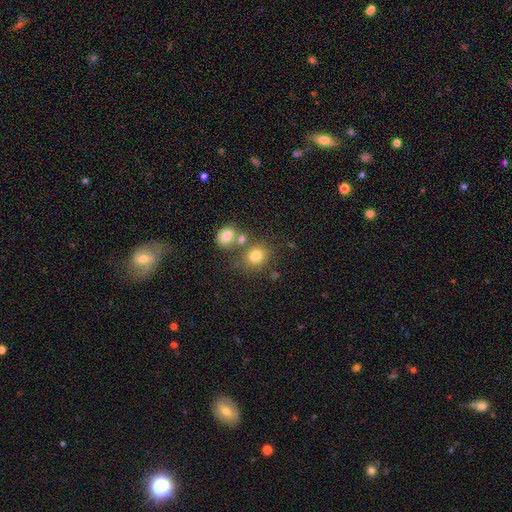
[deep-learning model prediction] smooth-or-featured: smooth: 77% | star or artifact: 14% | featured or disk: 10%
  how-rounded: round: 77% | in between: 22% | cigar-shaped: 1%
  merging: none: 62% | merger: 24% | minor disturbance: 10% | major disturbance: 4%